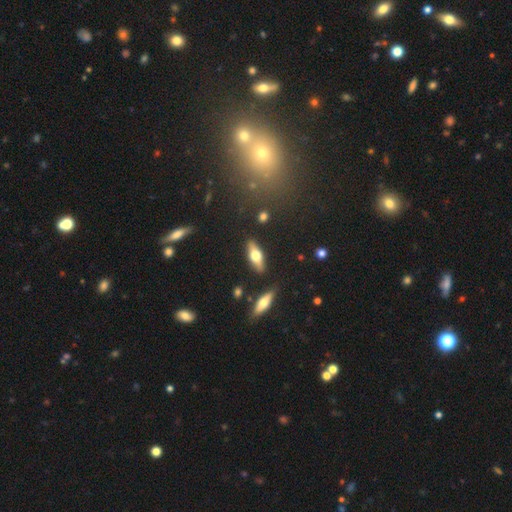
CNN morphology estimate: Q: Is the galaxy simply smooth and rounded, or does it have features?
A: smooth — 47%, tied with featured or disk.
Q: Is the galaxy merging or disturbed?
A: none — 85%.